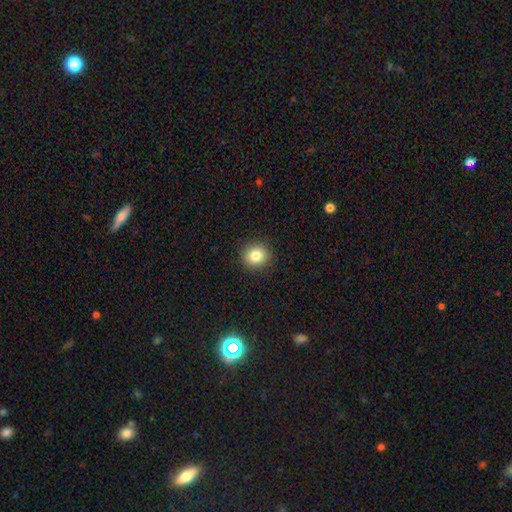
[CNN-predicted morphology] Q: Smooth or featured?
A: smooth (83%); runner-up: star or artifact (11%)
Q: How rounded?
A: round (86%); runner-up: in between (13%)
Q: Merging?
A: none (91%); runner-up: minor disturbance (6%)